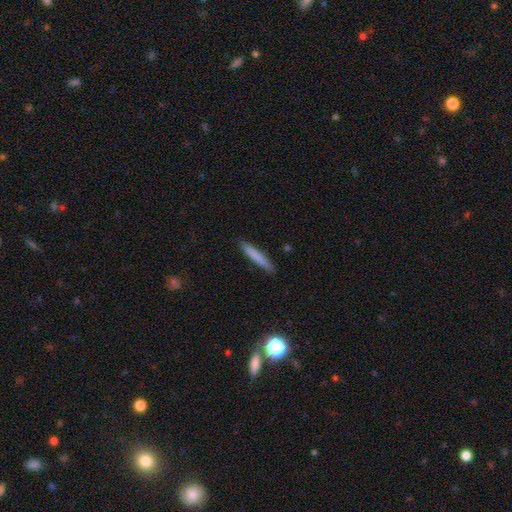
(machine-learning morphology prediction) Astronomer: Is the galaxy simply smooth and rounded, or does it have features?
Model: smooth — 77%.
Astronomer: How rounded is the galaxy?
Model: cigar-shaped — 95%.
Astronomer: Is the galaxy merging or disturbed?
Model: none — 89%.